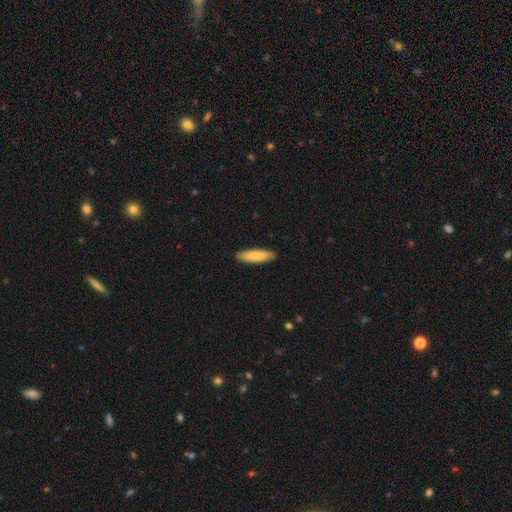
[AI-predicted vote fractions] Morphology: type=smooth (77%); roundness=cigar-shaped (69%); merging=none (89%).